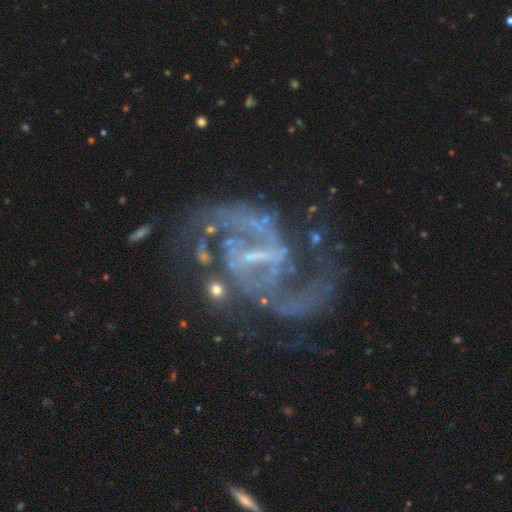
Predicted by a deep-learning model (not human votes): Overall: featured or disk (90%). Edge-on disk: no (98%). Bar: weak (46%; strong 41%). Spiral arms: yes (96%). Spiral arm count: 2 (86%). Spiral winding: medium (55%; loose 31%). Bulge size: small (54%; none 32%). Merging: none (61%).